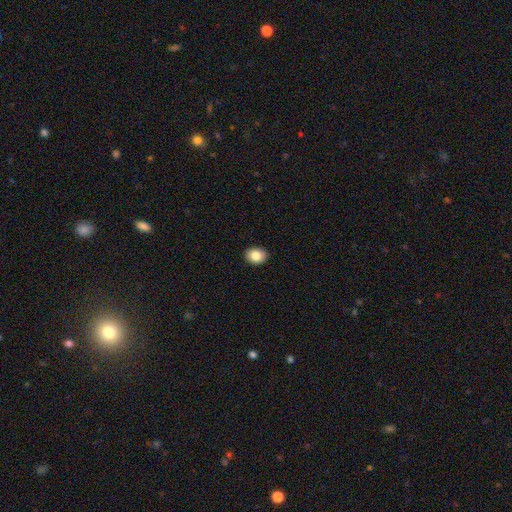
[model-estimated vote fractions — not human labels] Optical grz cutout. It shows a smooth galaxy with no disk features (85%) that is in between round and cigar-shaped (58%). Merging: none (91%).